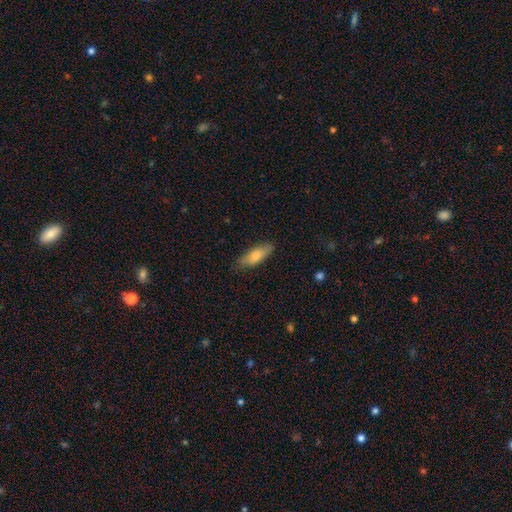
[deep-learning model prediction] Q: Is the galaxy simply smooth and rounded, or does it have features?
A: smooth — 82%.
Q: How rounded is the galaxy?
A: in between — 62%.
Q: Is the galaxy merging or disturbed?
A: none — 82%.